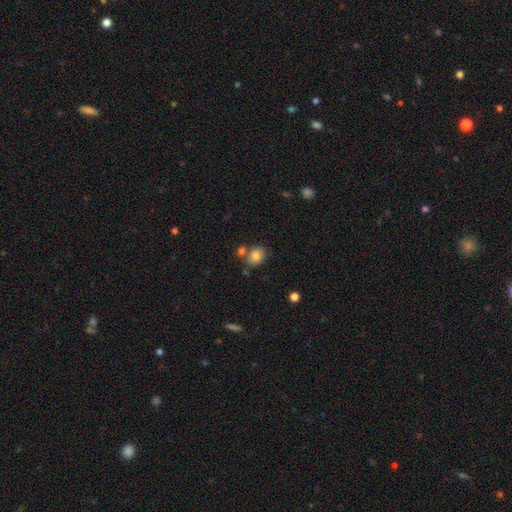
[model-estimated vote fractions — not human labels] A smooth galaxy with no disk features (81%) that is round (58%). Merging: none (64%).